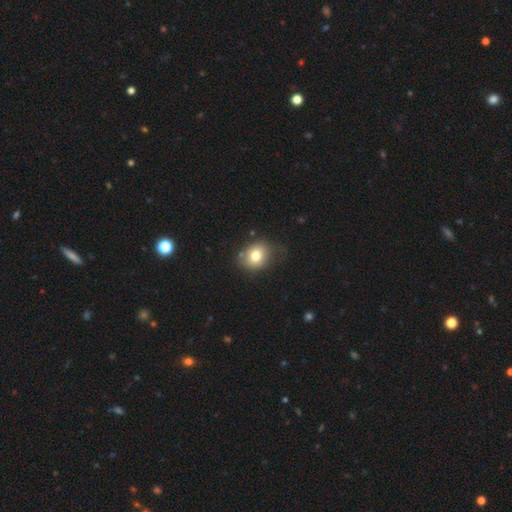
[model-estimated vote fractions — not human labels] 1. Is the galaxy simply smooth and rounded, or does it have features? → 76% smooth, 13% featured or disk, 11% star or artifact.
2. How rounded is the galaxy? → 57% round, 43% in between, 1% cigar-shaped.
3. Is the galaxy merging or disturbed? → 67% none, 23% minor disturbance, 6% major disturbance, 4% merger.